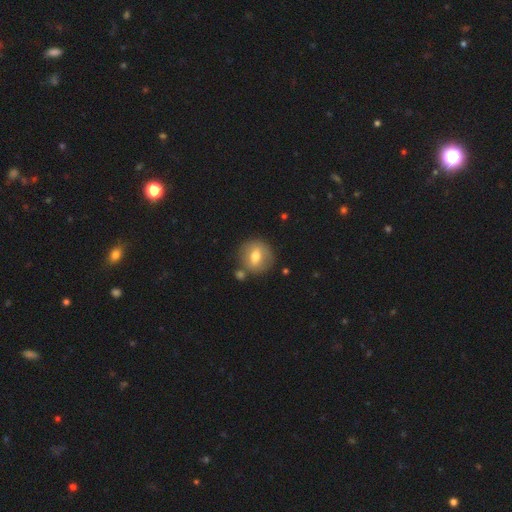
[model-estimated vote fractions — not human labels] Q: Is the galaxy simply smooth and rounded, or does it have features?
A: smooth — 61%.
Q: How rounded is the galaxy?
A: round — 83%.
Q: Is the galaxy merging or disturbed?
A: none — 75%.